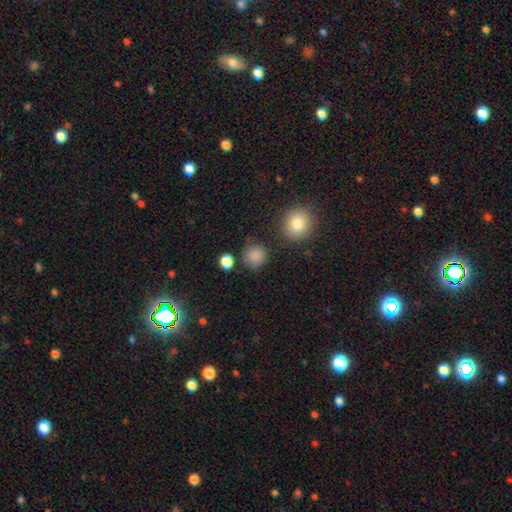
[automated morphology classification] Smooth or featured?
  - smooth: 85% *
  - star or artifact: 11%
  - featured or disk: 4%
How rounded?
  - round: 90% *
  - in between: 9%
  - cigar-shaped: 1%
Merging?
  - none: 81% *
  - minor disturbance: 11%
  - merger: 4%
  - major disturbance: 4%